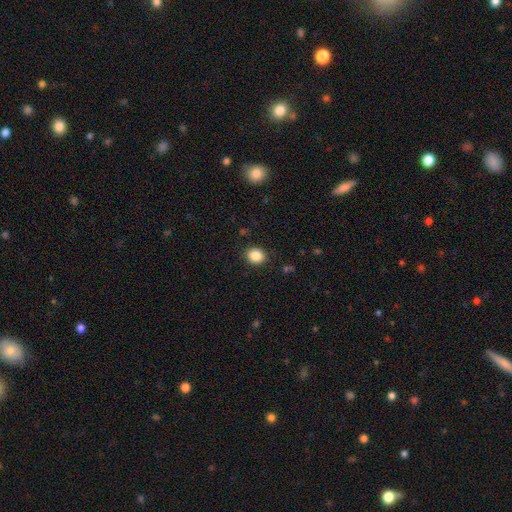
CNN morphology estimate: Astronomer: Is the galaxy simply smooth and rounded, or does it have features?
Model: smooth — 86%.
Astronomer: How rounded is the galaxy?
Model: round — 67%.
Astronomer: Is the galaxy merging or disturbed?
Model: none — 88%.